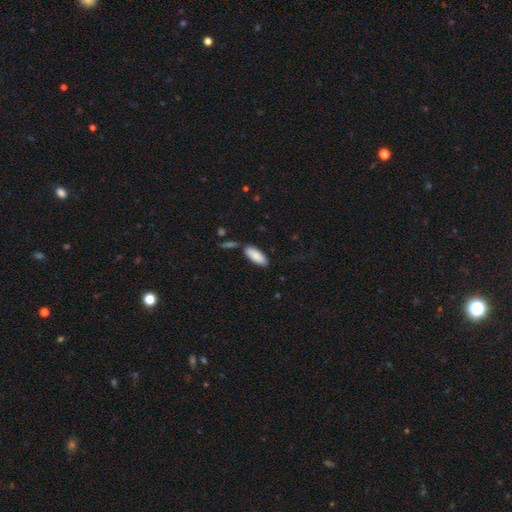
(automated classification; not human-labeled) The model was most divided on "how rounded": in between: 79%, cigar-shaped: 20%, round: 2%. More confident: smooth or featured — smooth (88%); merging — none (79%).